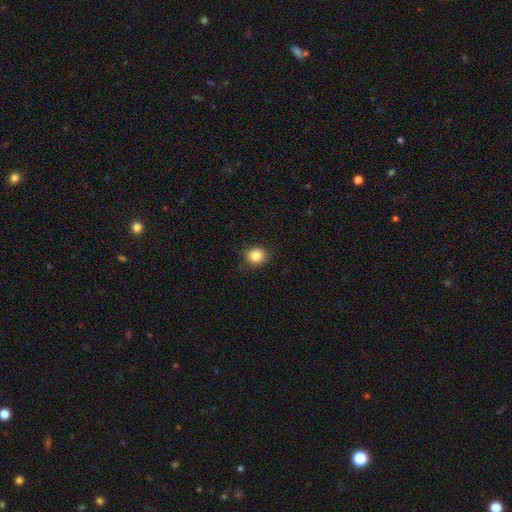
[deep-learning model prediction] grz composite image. It shows a smooth galaxy with no disk features (85%) that is round (72%). Merging: none (87%).